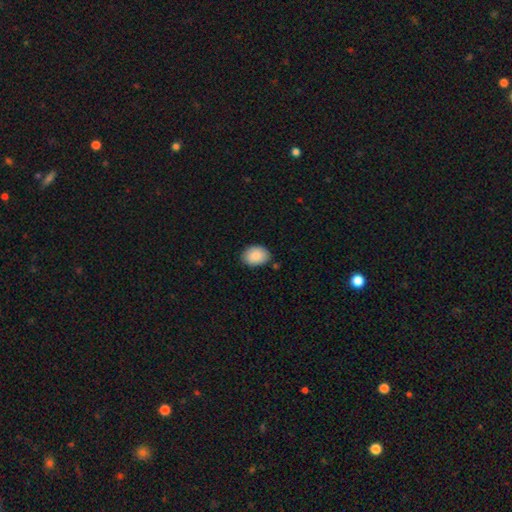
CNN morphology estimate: Smooth or featured: smooth — 88% (star or artifact — 6%)
How rounded: in between — 74% (round — 25%)
Merging: none — 80% (minor disturbance — 15%)